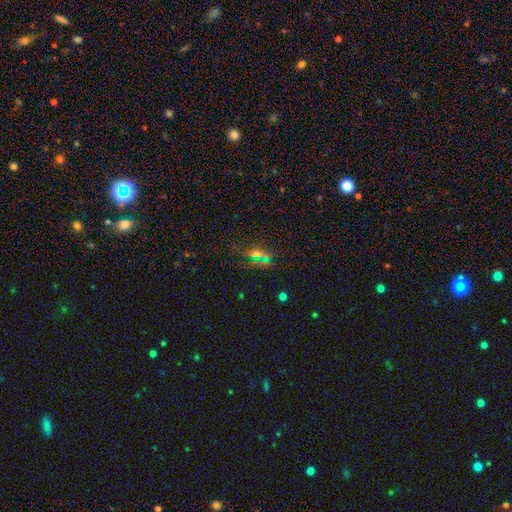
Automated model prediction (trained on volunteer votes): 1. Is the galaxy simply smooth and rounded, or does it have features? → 46% star or artifact, 36% smooth, 18% featured or disk.